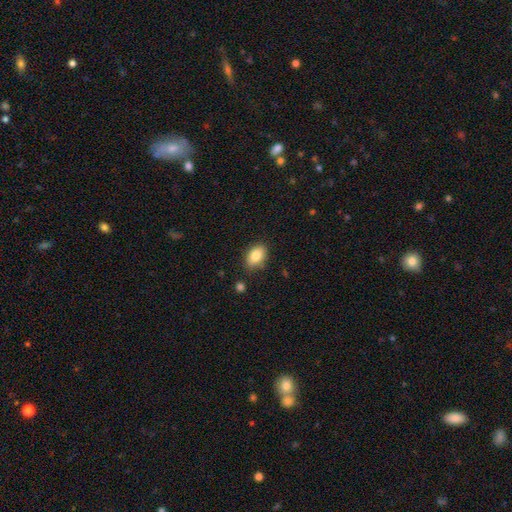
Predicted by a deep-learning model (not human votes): A smooth galaxy with no disk features (84%) that is in between round and cigar-shaped (86%).

Vote fractions:
- Smooth or featured? smooth: 84% / featured or disk: 8% / star or artifact: 8%
- How rounded? in between: 86% / round: 13% / cigar-shaped: 2%
- Merging? none: 82% / minor disturbance: 13% / major disturbance: 3% / merger: 2%